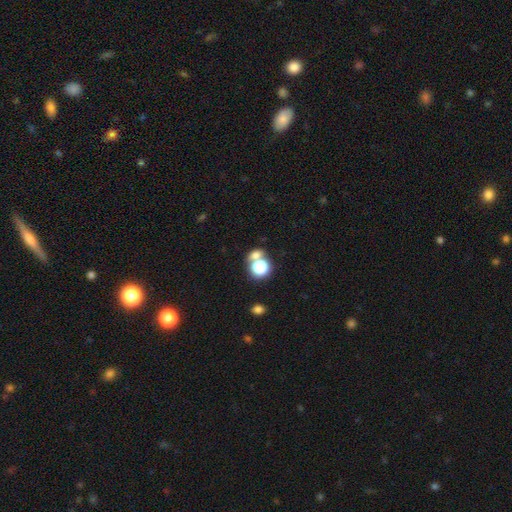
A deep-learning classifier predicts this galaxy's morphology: The model was most divided on "merging": none: 51%, merger: 36%, minor disturbance: 9%, major disturbance: 5%. More confident: how rounded — round (66%); smooth or featured — smooth (60%).